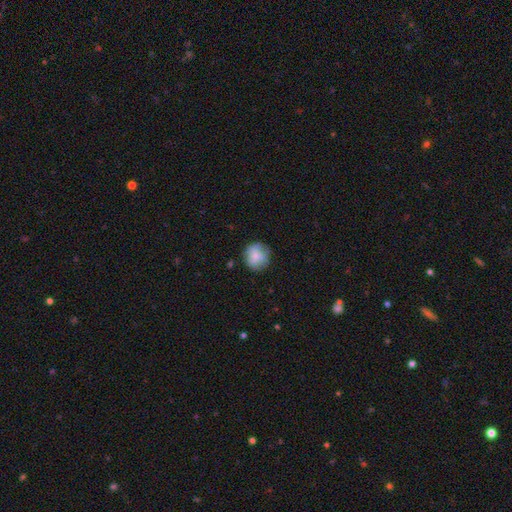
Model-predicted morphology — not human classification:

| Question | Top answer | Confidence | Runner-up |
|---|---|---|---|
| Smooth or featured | smooth | 75% | featured or disk (17%) |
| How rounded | round | 90% | in between (9%) |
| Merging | none | 74% | minor disturbance (19%) |